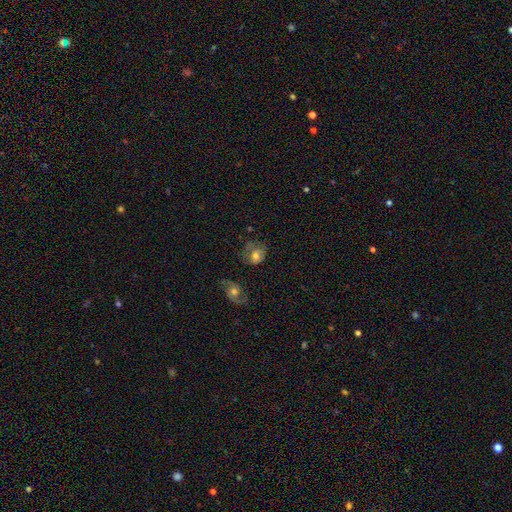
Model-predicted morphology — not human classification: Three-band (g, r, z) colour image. It shows a smooth galaxy with no disk features (58%) that is round (57%). Merging: none (45%).